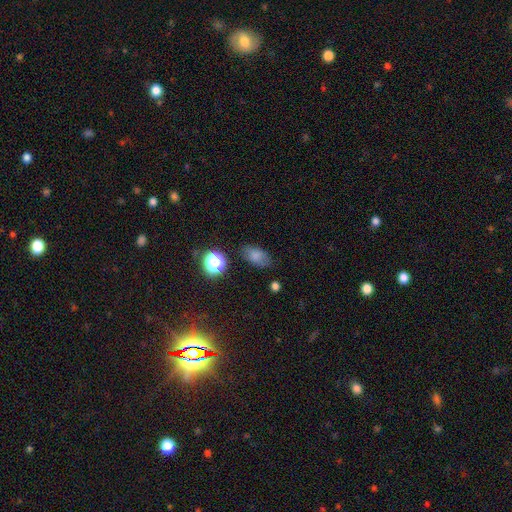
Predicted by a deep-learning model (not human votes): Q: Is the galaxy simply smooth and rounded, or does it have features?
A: smooth — 75%.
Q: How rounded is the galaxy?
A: in between — 86%.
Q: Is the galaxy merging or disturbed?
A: none — 73%.